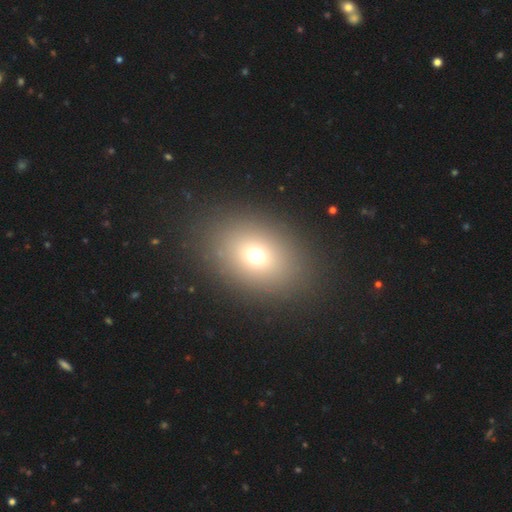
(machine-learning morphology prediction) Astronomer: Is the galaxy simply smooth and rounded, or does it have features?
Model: smooth — 69%.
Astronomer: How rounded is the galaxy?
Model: in between — 66%.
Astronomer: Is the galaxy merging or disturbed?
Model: none — 86%.